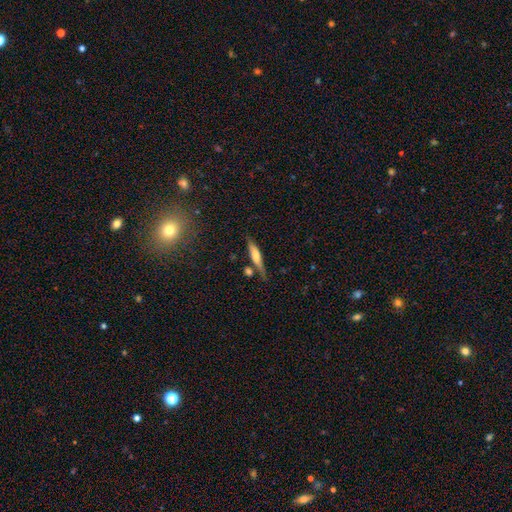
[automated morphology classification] Smooth or featured?
  - smooth: 49% *
  - featured or disk: 43%
  - star or artifact: 7%
Merging?
  - none: 69% *
  - minor disturbance: 17%
  - merger: 10%
  - major disturbance: 5%